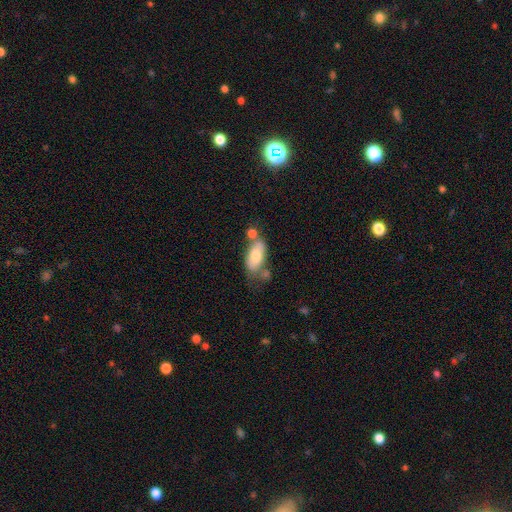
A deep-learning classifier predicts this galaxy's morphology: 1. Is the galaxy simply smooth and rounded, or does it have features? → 69% smooth, 24% featured or disk, 7% star or artifact.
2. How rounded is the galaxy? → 88% in between, 8% cigar-shaped, 4% round.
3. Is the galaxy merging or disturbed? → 42% none, 29% merger, 20% minor disturbance, 9% major disturbance.